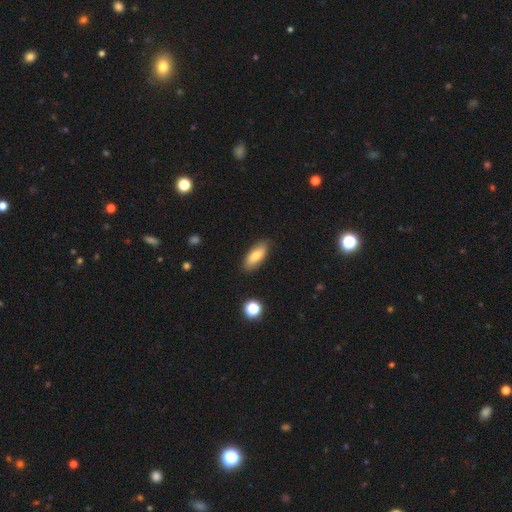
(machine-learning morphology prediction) smooth-or-featured: smooth: 76% | featured or disk: 17% | star or artifact: 7%
  how-rounded: in between: 77% | cigar-shaped: 21% | round: 3%
  merging: none: 86% | minor disturbance: 11% | major disturbance: 2% | merger: 2%